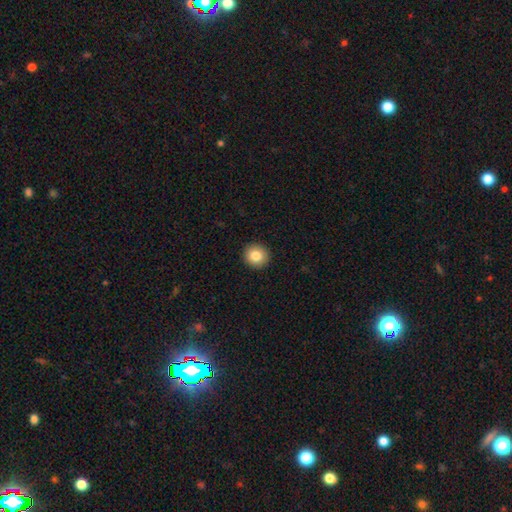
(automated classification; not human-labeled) Q: Smooth or featured?
A: smooth (83%); runner-up: star or artifact (9%)
Q: How rounded?
A: round (92%); runner-up: in between (7%)
Q: Merging?
A: none (93%); runner-up: minor disturbance (5%)